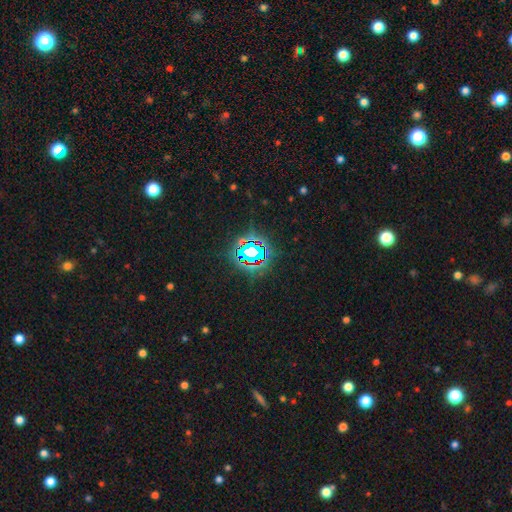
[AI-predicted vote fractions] smooth-or-featured: star or artifact: 82% | smooth: 11% | featured or disk: 7%